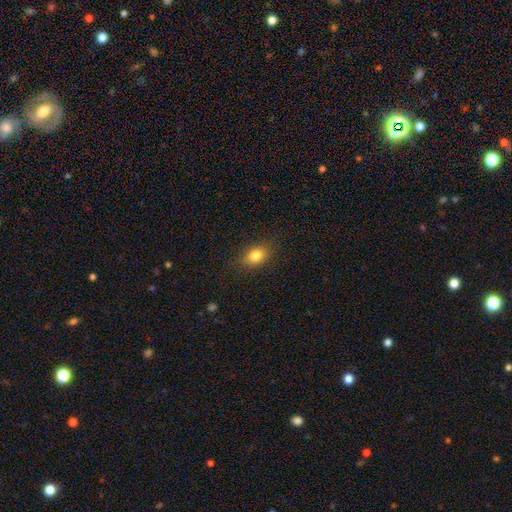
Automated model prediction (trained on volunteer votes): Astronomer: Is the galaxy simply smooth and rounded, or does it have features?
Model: smooth — 82%.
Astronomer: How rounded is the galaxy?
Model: in between — 75%.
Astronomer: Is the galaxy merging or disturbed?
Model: none — 86%.